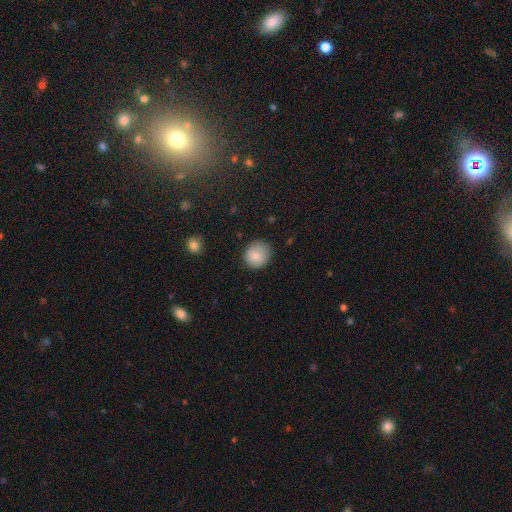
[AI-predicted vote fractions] Overall: smooth (85%). How rounded: round (84%). Merging: none (80%).